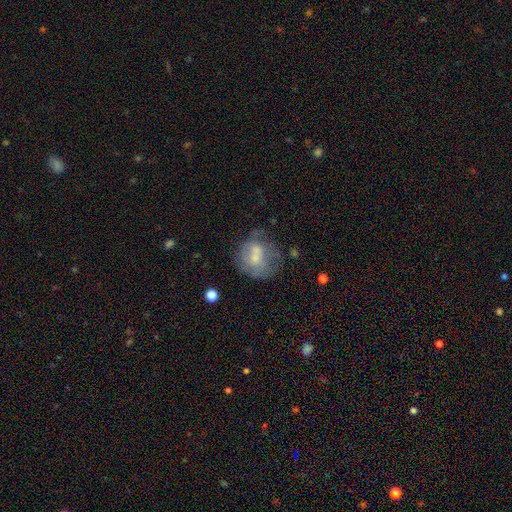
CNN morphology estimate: Smooth or featured: smooth — 54% (featured or disk — 35%)
How rounded: round — 70% (in between — 29%)
Merging: none — 39% (minor disturbance — 25%)